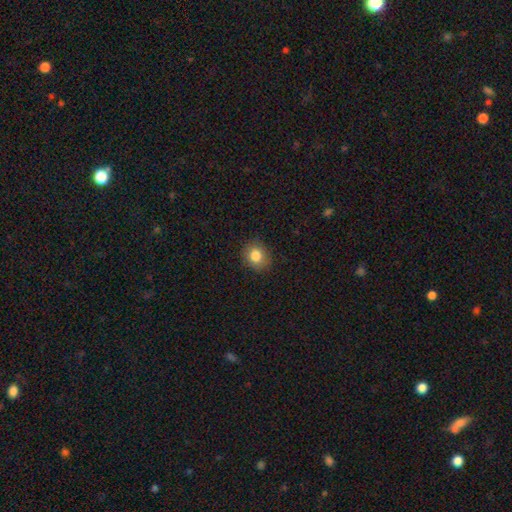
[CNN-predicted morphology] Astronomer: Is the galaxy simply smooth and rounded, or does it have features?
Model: smooth — 83%.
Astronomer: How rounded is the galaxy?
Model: round — 66%.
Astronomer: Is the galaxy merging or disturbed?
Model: none — 86%.